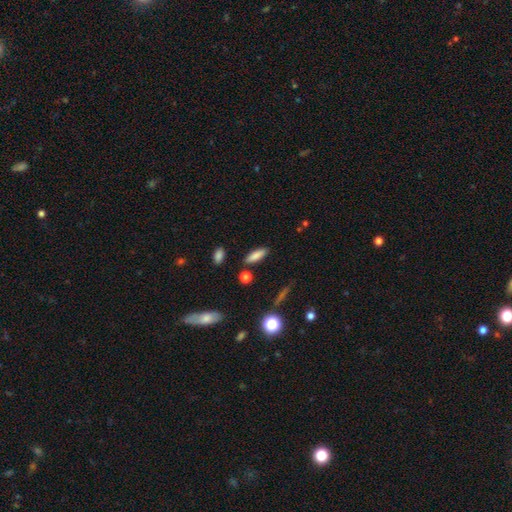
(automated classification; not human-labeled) A smooth galaxy with no disk features (83%) that is in between round and cigar-shaped (54%).

Vote fractions:
- Smooth or featured? smooth: 83% / featured or disk: 9% / star or artifact: 8%
- How rounded? in between: 54% / cigar-shaped: 44% / round: 3%
- Merging? none: 85% / minor disturbance: 10% / merger: 3% / major disturbance: 2%